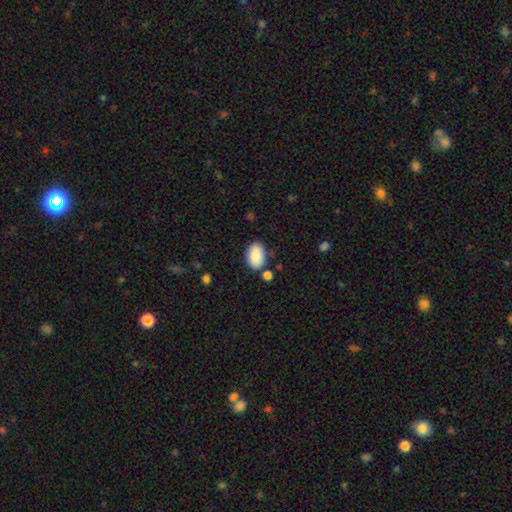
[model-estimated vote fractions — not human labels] Smooth or featured? Predicted: smooth (p=0.89). How rounded? Predicted: in between (p=0.92). Merging? Predicted: none (p=0.77).